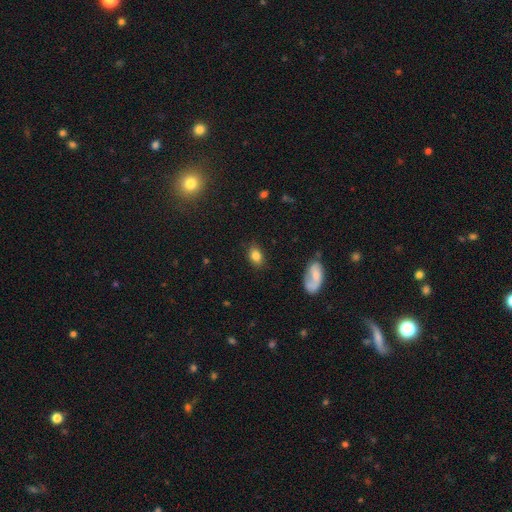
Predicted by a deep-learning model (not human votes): Morphology: type=smooth (82%); roundness=in between (78%); merging=none (83%).